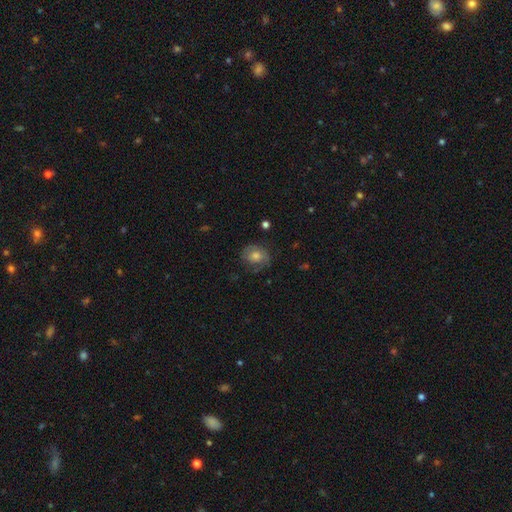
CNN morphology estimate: The model was most divided on "smooth or featured": featured or disk: 45%, smooth: 44%, star or artifact: 11%. More confident: merging — none (71%).